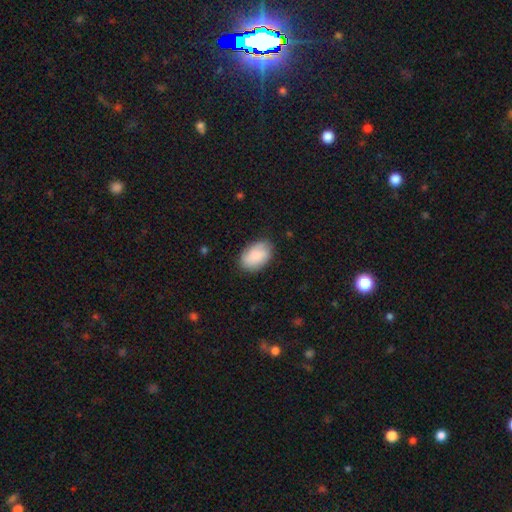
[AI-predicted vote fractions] Smooth or featured? Predicted: smooth (p=0.81). How rounded? Predicted: in between (p=0.91). Merging? Predicted: none (p=0.81).